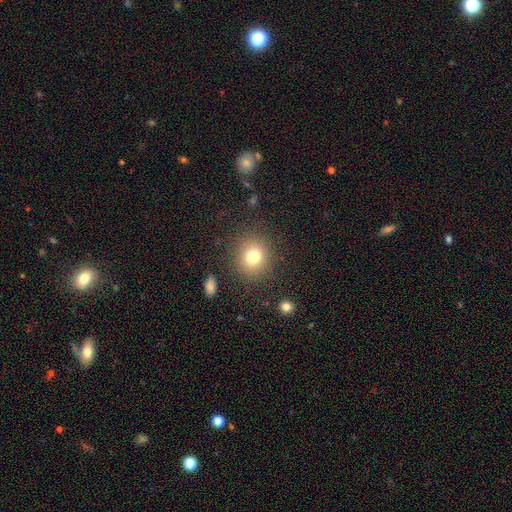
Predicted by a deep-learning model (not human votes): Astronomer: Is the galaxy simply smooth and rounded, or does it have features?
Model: smooth — 77%.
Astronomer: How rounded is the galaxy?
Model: round — 71%.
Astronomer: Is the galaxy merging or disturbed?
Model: none — 83%.